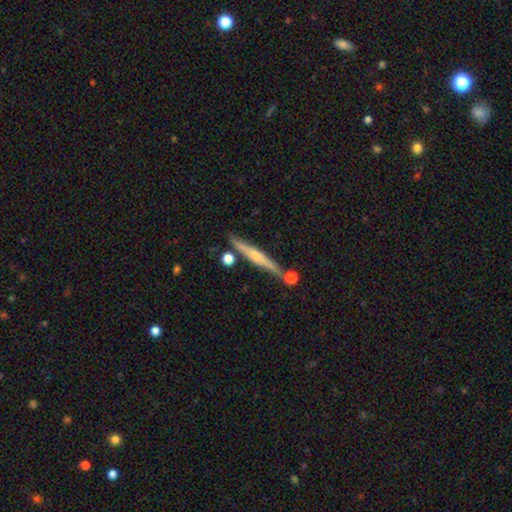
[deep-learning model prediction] A featured or disk galaxy (68%) viewed edge-on (97%) with a rounded central bulge (79%). Merging: none (82%).